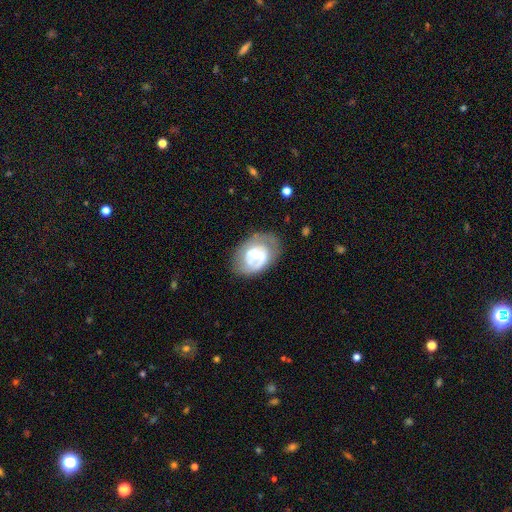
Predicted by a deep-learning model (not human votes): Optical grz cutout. It shows a featured or disk galaxy (63%) with no bar (75%), spiral arms (61%) and a small central bulge (37%). Merging: none (48%).